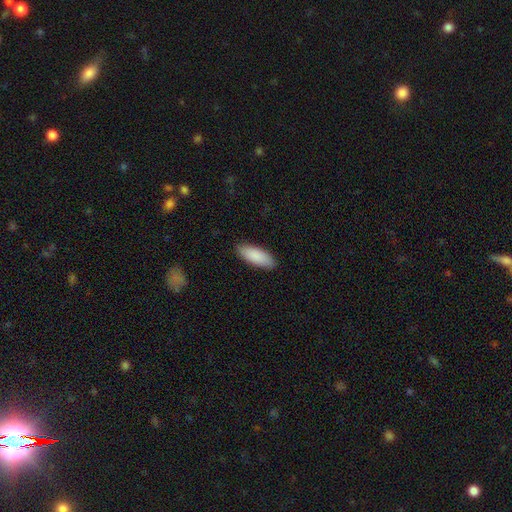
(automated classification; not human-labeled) A smooth galaxy with no disk features (89%) that is in between round and cigar-shaped (78%).

Vote fractions:
- Smooth or featured? smooth: 89% / star or artifact: 5% / featured or disk: 5%
- How rounded? in between: 78% / cigar-shaped: 21% / round: 2%
- Merging? none: 88% / minor disturbance: 9% / major disturbance: 2% / merger: 1%